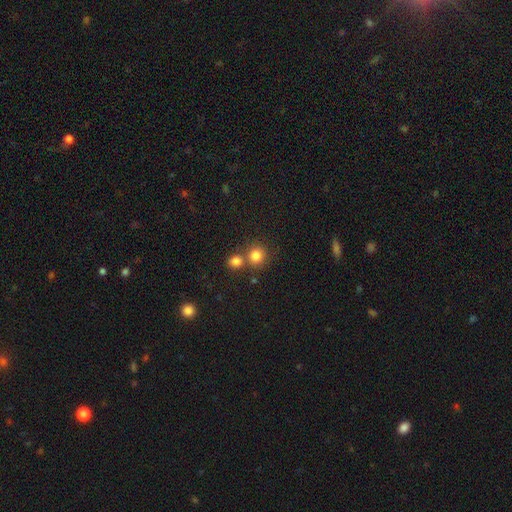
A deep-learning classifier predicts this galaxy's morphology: Q: Smooth or featured?
A: smooth (81%); runner-up: star or artifact (13%)
Q: How rounded?
A: round (87%); runner-up: in between (12%)
Q: Merging?
A: none (61%); runner-up: merger (29%)